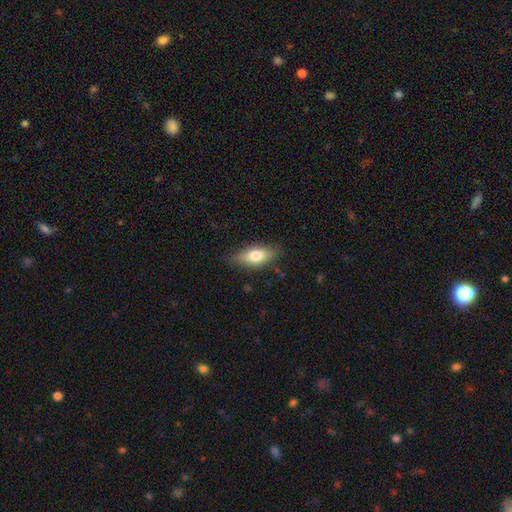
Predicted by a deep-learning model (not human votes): This is likely a smooth galaxy (68%). How rounded: likely in between (74%). Merging: clearly none (83%).